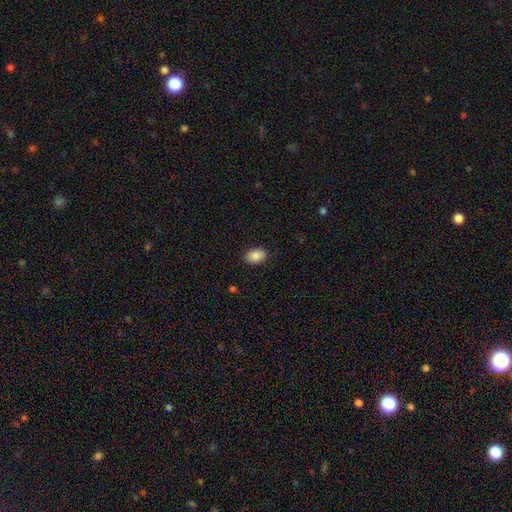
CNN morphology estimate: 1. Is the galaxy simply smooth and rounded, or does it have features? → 85% smooth, 8% featured or disk, 7% star or artifact.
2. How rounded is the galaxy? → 86% in between, 13% round, 1% cigar-shaped.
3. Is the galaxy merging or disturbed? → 88% none, 9% minor disturbance, 2% major disturbance, 1% merger.